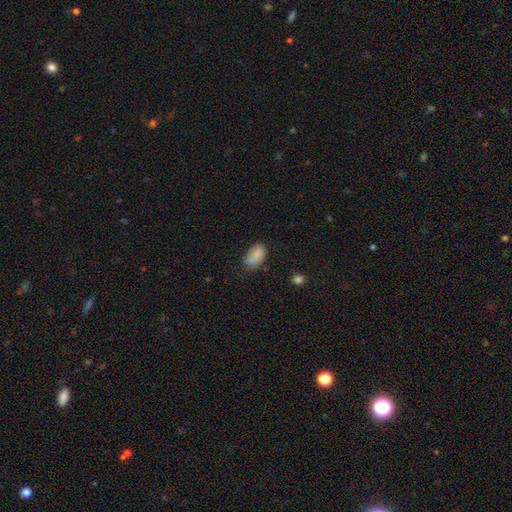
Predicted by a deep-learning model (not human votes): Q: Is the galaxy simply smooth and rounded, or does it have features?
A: smooth — 81%.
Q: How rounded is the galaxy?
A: in between — 93%.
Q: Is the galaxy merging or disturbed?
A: none — 59%.